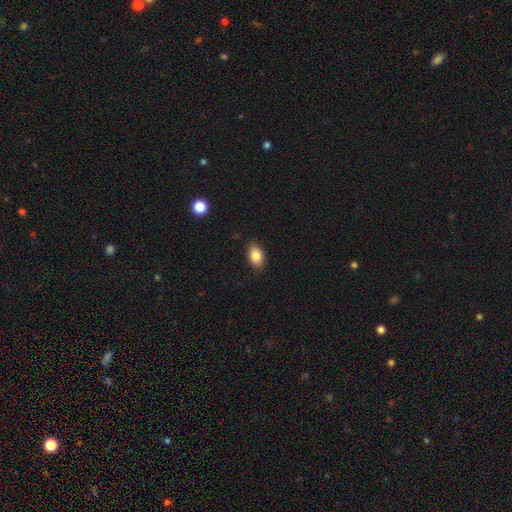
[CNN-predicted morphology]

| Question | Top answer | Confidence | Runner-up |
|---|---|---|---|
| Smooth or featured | smooth | 85% | star or artifact (8%) |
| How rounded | in between | 87% | round (12%) |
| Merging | none | 85% | minor disturbance (12%) |